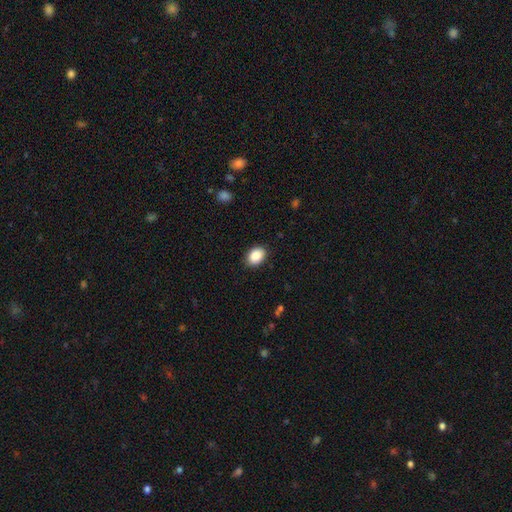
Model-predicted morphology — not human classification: A smooth galaxy with no disk features (89%) that is in between round and cigar-shaped (69%).

Vote fractions:
- Smooth or featured? smooth: 89% / star or artifact: 7% / featured or disk: 3%
- How rounded? in between: 69% / round: 30% / cigar-shaped: 1%
- Merging? none: 88% / minor disturbance: 9% / major disturbance: 2% / merger: 1%